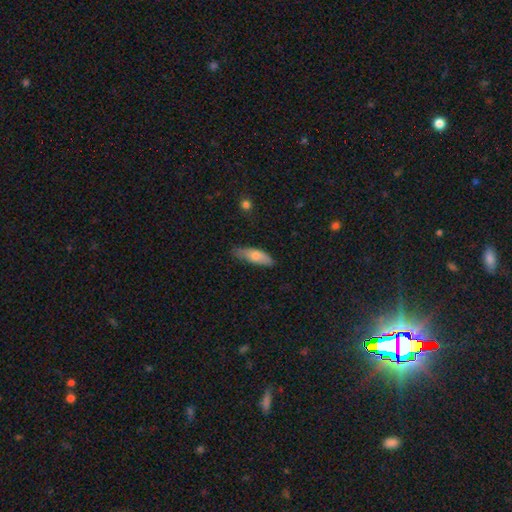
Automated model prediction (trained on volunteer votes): Morphology: type=smooth (74%); roundness=in between (64%); merging=none (66%).